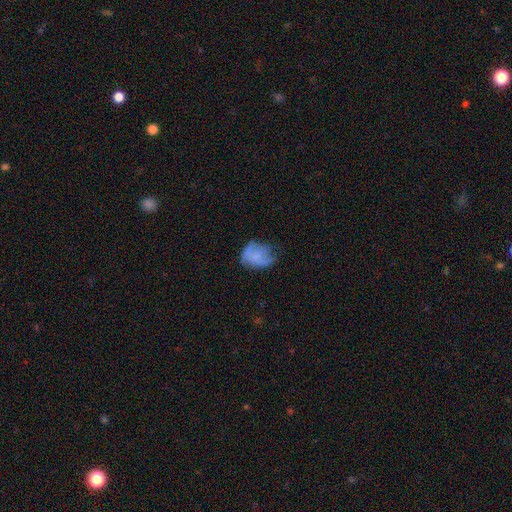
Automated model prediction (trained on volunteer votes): Overall: smooth (57%; featured or disk 33%). How rounded: in between (51%; round 48%). Merging: none (44%; minor disturbance 33%).